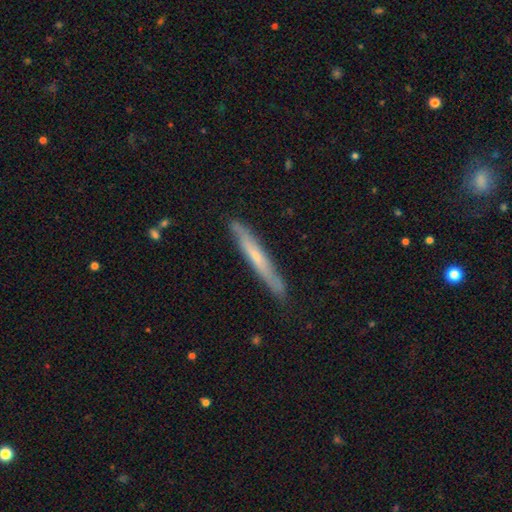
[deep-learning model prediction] Smooth or featured? Predicted: featured or disk (p=0.52). Edge-on disk? Predicted: yes (p=0.89). Merging? Predicted: none (p=0.84).